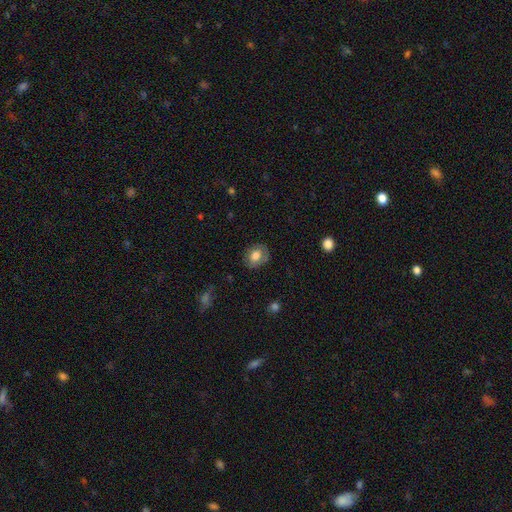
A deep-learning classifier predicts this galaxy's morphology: smooth 73%, featured or disk 18%, star or artifact 8%. Down the decision tree: how rounded — round (57%); merging — none (79%).